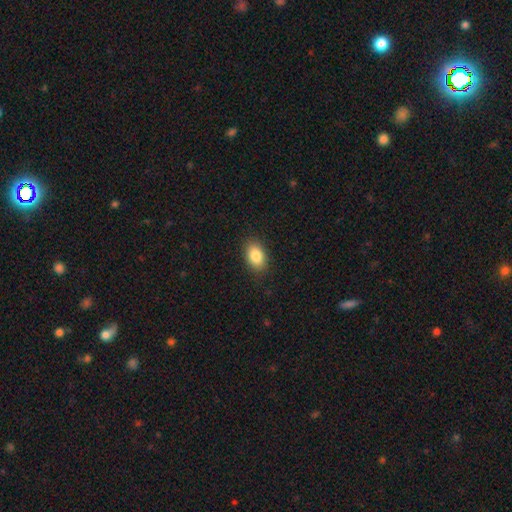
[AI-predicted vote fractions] This appears to be a smooth galaxy with no disk features (85%) that is in between round and cigar-shaped (85%). Merging: none (87%).